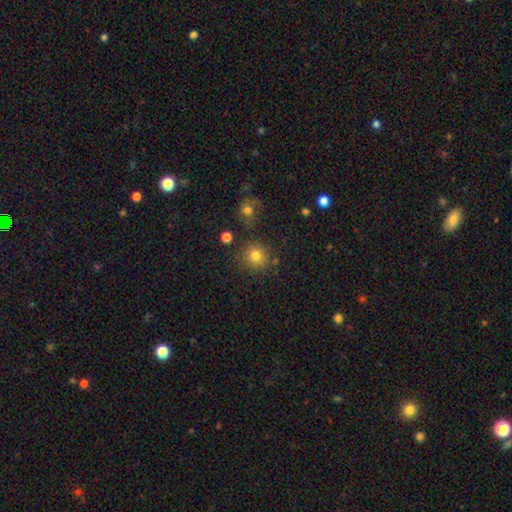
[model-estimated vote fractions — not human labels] Q: Smooth or featured?
A: smooth (79%); runner-up: star or artifact (14%)
Q: How rounded?
A: round (92%); runner-up: in between (7%)
Q: Merging?
A: none (82%); runner-up: minor disturbance (9%)